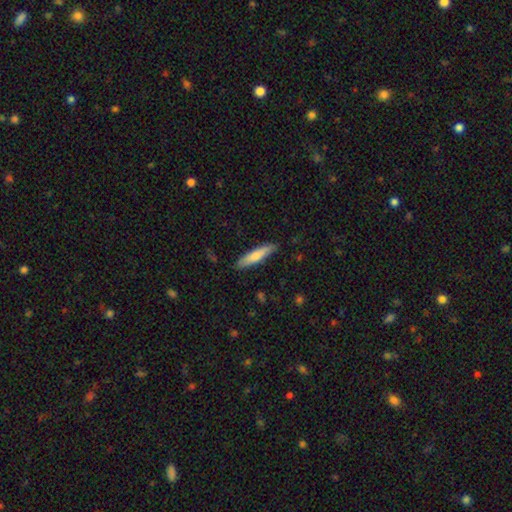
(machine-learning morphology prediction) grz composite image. It shows a smooth galaxy with no disk features (72%) that is cigar-shaped (81%). Merging: none (86%).